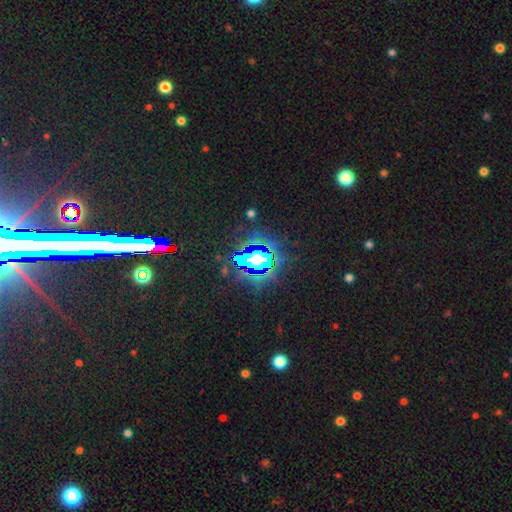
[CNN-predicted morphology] Q: Smooth or featured?
A: star or artifact (79%); runner-up: smooth (11%)